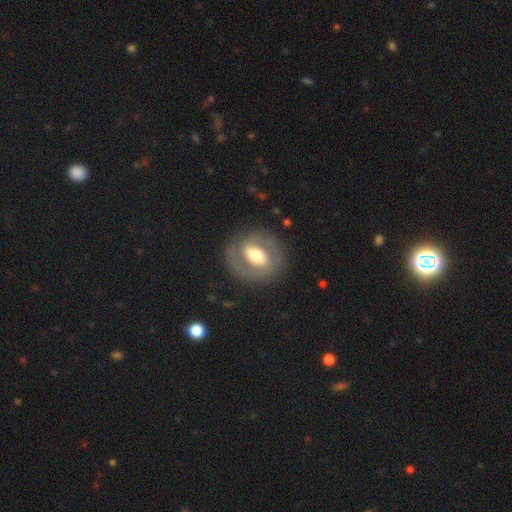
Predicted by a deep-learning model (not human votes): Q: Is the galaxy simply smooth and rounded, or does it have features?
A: featured or disk — 64%.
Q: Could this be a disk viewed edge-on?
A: no — 95%.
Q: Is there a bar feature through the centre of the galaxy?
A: strong — 41%.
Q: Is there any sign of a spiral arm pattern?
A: yes — 54%.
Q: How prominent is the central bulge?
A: moderate — 60%.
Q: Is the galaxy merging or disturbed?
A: none — 81%.